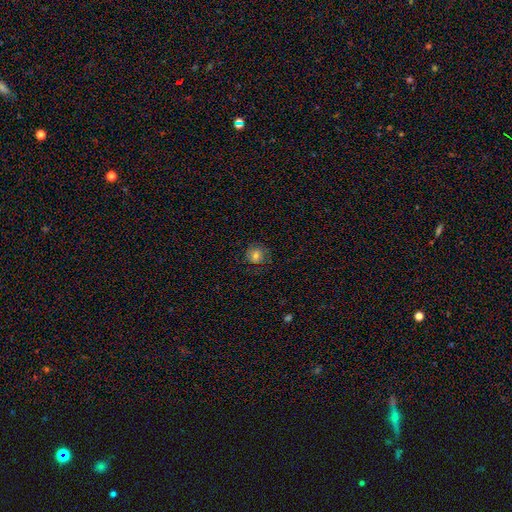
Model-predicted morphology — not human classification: This is likely a smooth galaxy (70%). How rounded: clearly round (87%). Merging: likely none (78%).